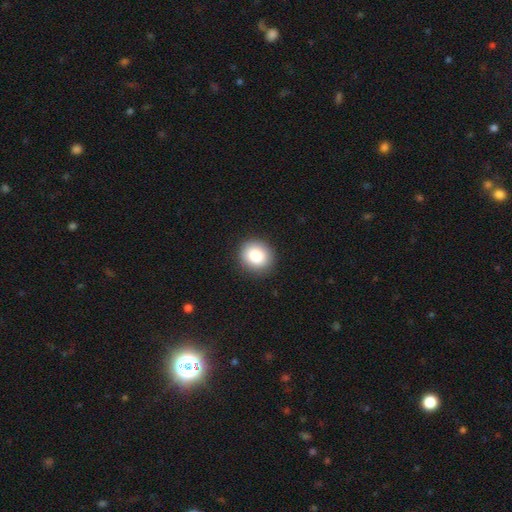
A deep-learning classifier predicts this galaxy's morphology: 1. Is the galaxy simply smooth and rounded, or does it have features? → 85% smooth, 9% star or artifact, 6% featured or disk.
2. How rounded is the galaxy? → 77% round, 22% in between, 1% cigar-shaped.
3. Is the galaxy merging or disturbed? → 90% none, 7% minor disturbance, 2% major disturbance, 1% merger.